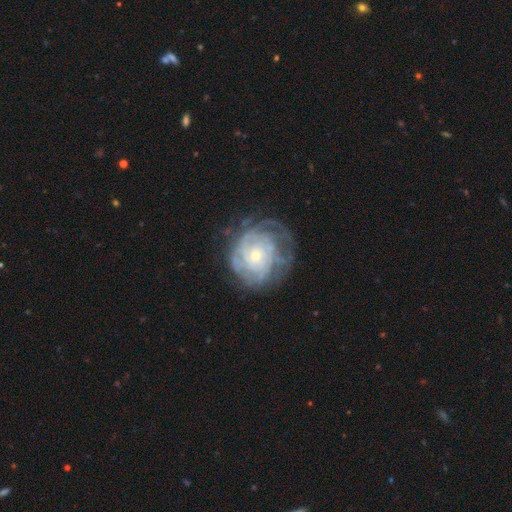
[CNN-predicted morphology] Smooth or featured? Predicted: featured or disk (p=0.78). Edge-on disk? Predicted: no (p=0.97). Bar? Predicted: no (p=0.83). Spiral arms? Predicted: yes (p=0.82). Spiral winding? Predicted: tight (p=0.74). Spiral arm count? Predicted: can't tell (p=0.54). Bulge size? Predicted: small (p=0.73). Merging? Predicted: none (p=0.61).